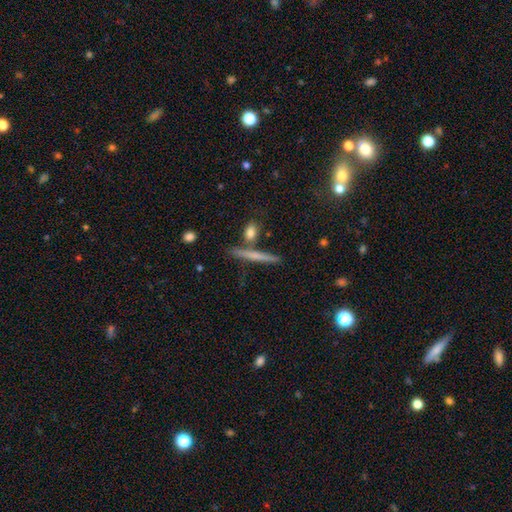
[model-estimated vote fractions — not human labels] Smooth or featured?
  - smooth: 50% *
  - featured or disk: 43%
  - star or artifact: 7%
How rounded?
  - cigar-shaped: 93% *
  - in between: 4%
  - round: 3%
Merging?
  - none: 80% *
  - minor disturbance: 9%
  - merger: 8%
  - major disturbance: 3%